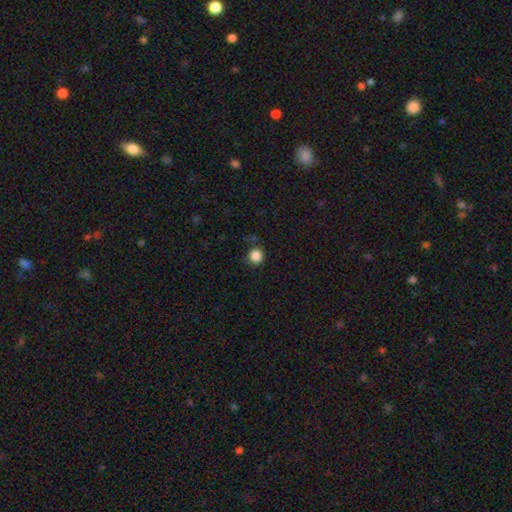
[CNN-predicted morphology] Smooth or featured: smooth — 85% (star or artifact — 11%)
How rounded: round — 91% (in between — 8%)
Merging: none — 80% (minor disturbance — 14%)